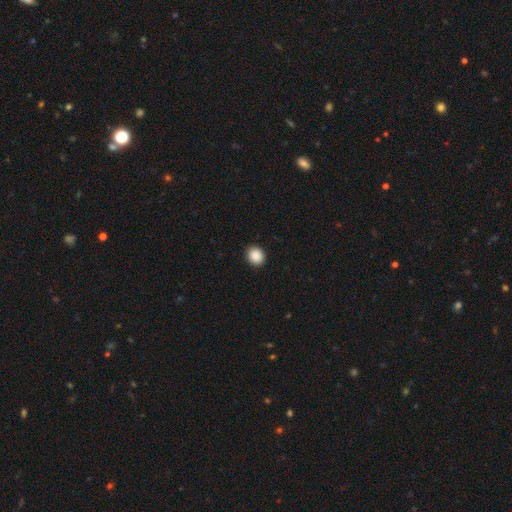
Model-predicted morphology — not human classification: Smooth or featured: smooth — 89% (star or artifact — 8%)
How rounded: round — 76% (in between — 23%)
Merging: none — 92% (minor disturbance — 6%)